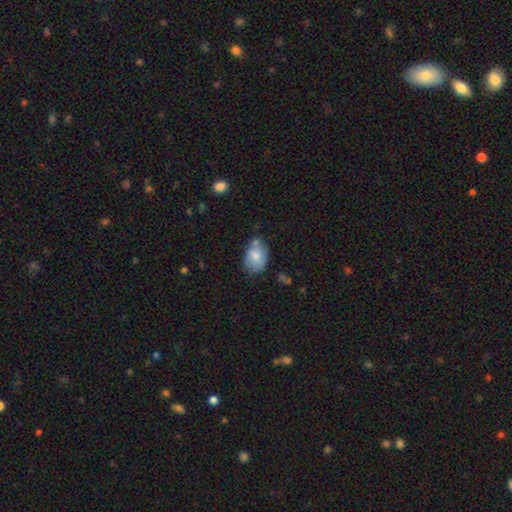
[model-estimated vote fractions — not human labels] Smooth or featured: smooth — 72% (featured or disk — 21%)
How rounded: in between — 81% (round — 17%)
Merging: none — 53% (minor disturbance — 28%)